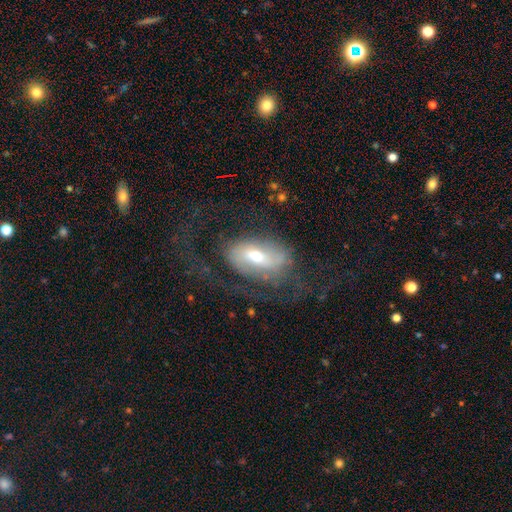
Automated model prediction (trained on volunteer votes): featured or disk 60%, smooth 32%, star or artifact 8%. Down the decision tree: edge-on disk — no (91%); bar — no (39%); spiral arms — yes (65%); bulge size — moderate (54%); merging — none (42%).